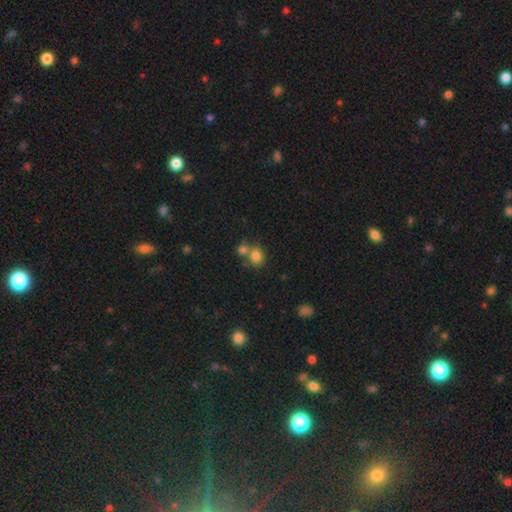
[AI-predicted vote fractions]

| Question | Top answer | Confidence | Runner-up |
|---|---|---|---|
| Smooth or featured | smooth | 79% | star or artifact (12%) |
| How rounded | round | 67% | in between (32%) |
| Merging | none | 46% | merger (40%) |